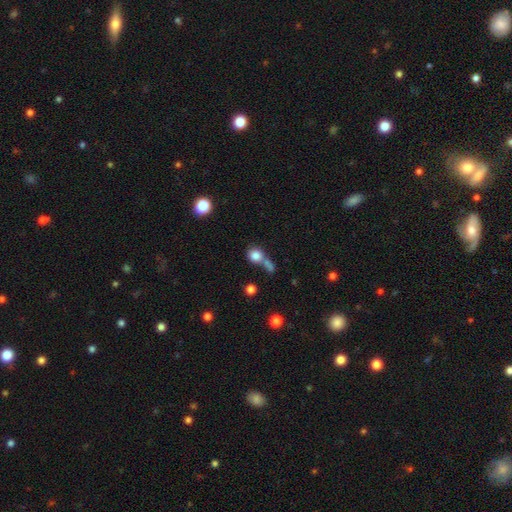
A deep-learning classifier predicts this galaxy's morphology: smooth 80%, star or artifact 11%, featured or disk 9%. Down the decision tree: how rounded — round (80%); merging — merger (42%).